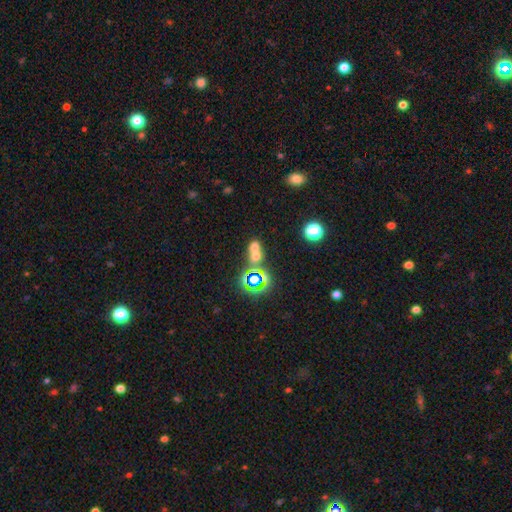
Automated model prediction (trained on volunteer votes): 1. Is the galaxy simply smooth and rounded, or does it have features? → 51% smooth, 30% star or artifact, 19% featured or disk.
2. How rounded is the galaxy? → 58% round, 39% in between, 3% cigar-shaped.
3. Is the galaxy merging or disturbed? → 61% merger, 27% none, 7% minor disturbance, 5% major disturbance.